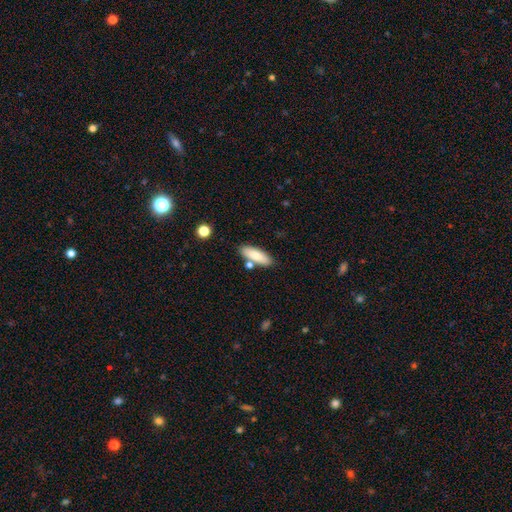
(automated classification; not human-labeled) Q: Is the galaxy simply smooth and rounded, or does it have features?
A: smooth — 78%.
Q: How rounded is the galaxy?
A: in between — 58%.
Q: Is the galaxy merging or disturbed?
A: none — 78%.